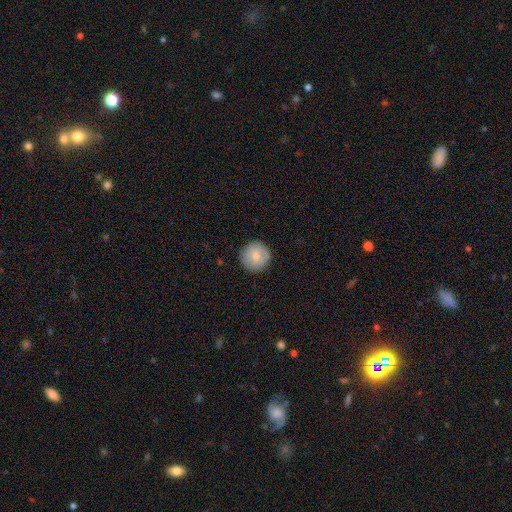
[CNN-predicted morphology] Smooth or featured? smooth (79%)
How rounded? round (95%)
Merging? none (87%)